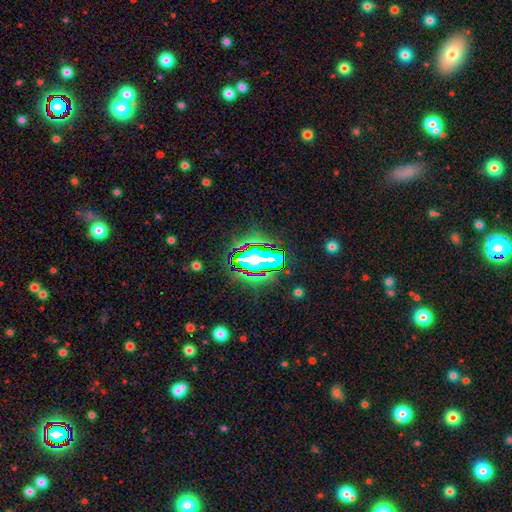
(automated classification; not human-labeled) A star or artifact, not a galaxy (61%).

Vote fractions:
- Smooth or featured? star or artifact: 61% / smooth: 22% / featured or disk: 17%